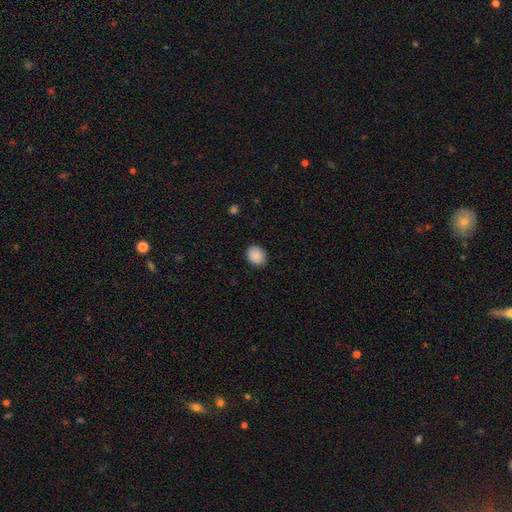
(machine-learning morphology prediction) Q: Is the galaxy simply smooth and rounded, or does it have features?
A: smooth — 89%.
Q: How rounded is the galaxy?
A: in between — 50%.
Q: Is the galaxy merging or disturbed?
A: none — 88%.